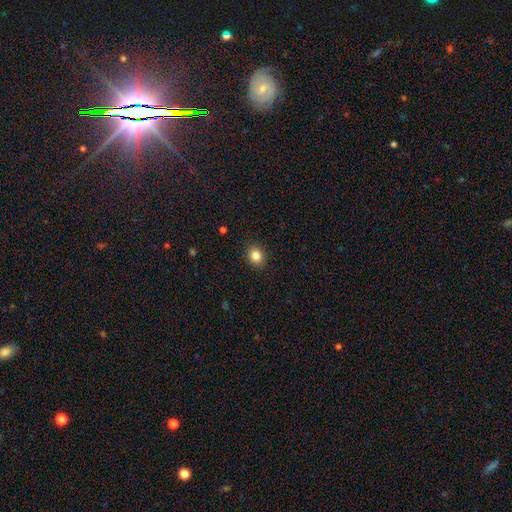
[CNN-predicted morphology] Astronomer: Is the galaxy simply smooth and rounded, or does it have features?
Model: smooth — 84%.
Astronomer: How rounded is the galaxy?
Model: round — 64%.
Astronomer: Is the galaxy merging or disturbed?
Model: none — 89%.